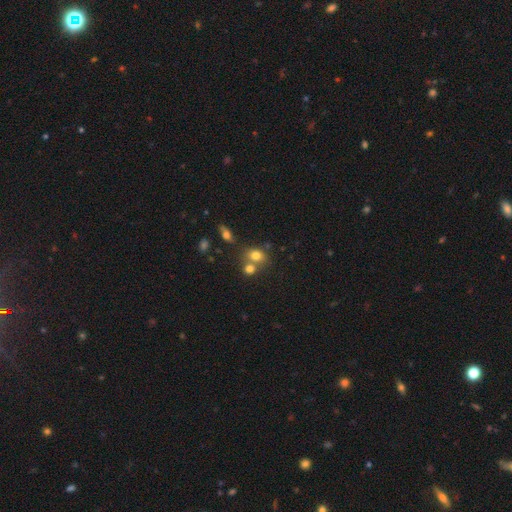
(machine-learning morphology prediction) Smooth or featured? Predicted: smooth (p=0.75). How rounded? Predicted: round (p=0.57). Merging? Predicted: none (p=0.47).